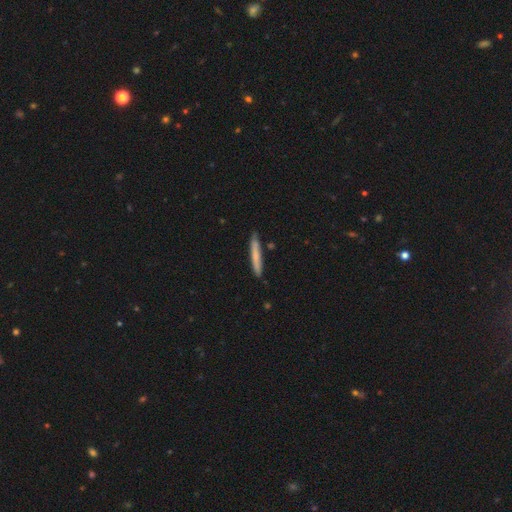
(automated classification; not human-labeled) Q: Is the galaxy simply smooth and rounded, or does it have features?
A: smooth — 72%.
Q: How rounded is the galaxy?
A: cigar-shaped — 96%.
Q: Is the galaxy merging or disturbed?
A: none — 85%.